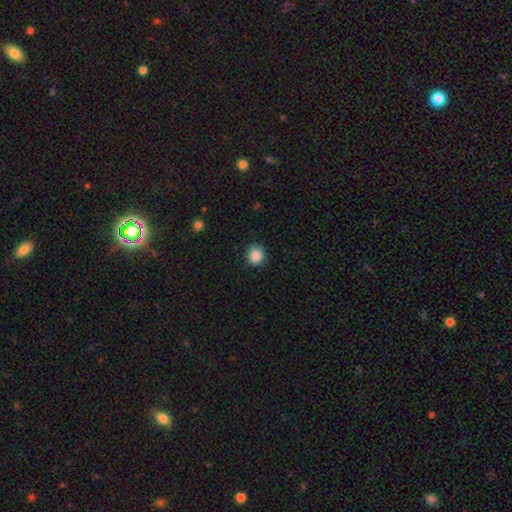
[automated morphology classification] smooth 87%, star or artifact 9%, featured or disk 3%. Down the decision tree: how rounded — round (79%); merging — none (86%).